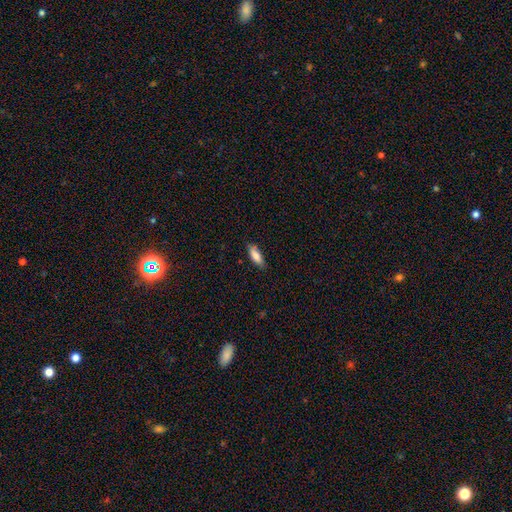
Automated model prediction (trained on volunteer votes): This appears to be a smooth galaxy with no disk features (85%) that is in between round and cigar-shaped (67%). Merging: none (80%).